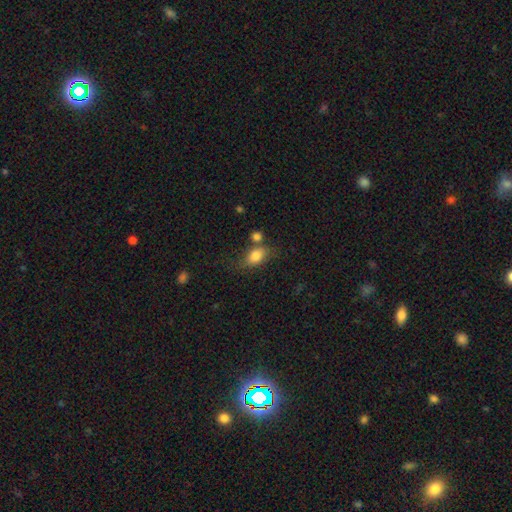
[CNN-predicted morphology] Smooth or featured: smooth — 82% (featured or disk — 10%)
How rounded: in between — 80% (round — 16%)
Merging: none — 55% (merger — 20%)